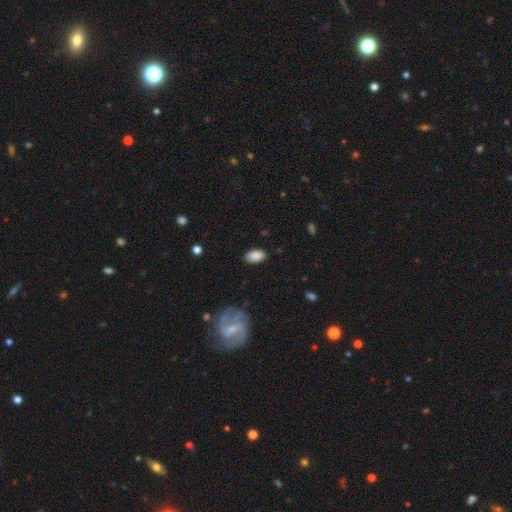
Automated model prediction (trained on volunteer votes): A smooth galaxy with no disk features (87%) that is in between round and cigar-shaped (94%). Merging: none (85%).